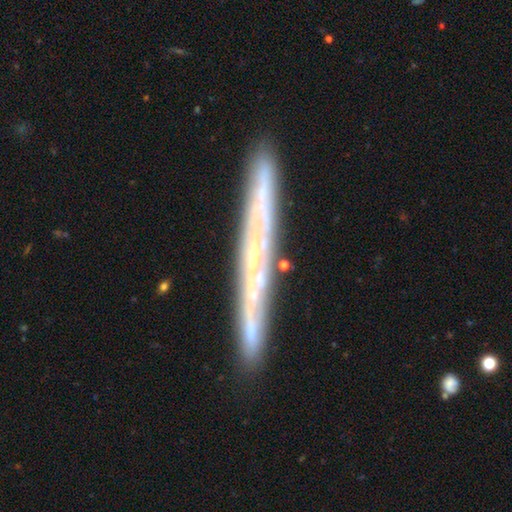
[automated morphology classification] type=featured or disk (70%); edge-on=yes (92%); edge-on bulge=none (75%); merging=none (85%).